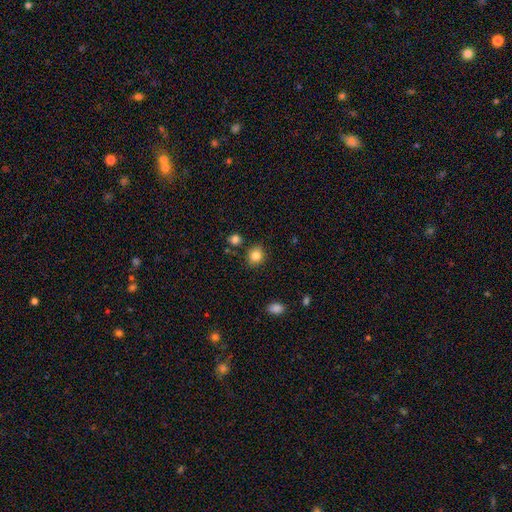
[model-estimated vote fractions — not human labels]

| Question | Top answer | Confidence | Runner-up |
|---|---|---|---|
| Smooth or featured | smooth | 84% | star or artifact (11%) |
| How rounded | round | 79% | in between (20%) |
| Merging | none | 84% | minor disturbance (10%) |